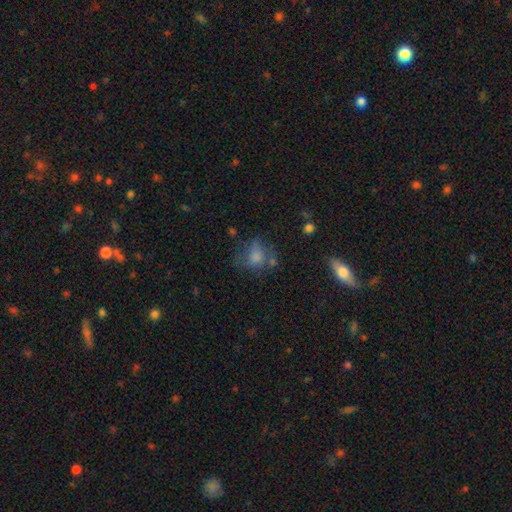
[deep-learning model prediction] A smooth galaxy with no disk features (69%) that is round (65%). Merging: none (42%).